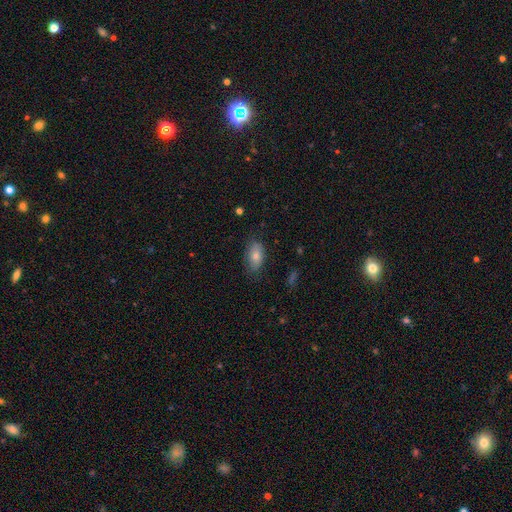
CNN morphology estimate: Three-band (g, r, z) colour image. It shows a smooth galaxy with no disk features (79%) that is in between round and cigar-shaped (92%). Merging: none (75%).